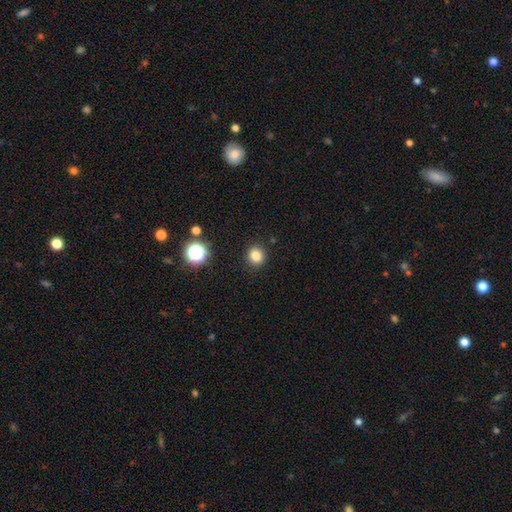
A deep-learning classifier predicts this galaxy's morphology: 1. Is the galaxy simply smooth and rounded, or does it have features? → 82% smooth, 13% star or artifact, 4% featured or disk.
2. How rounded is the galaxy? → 80% round, 19% in between, 1% cigar-shaped.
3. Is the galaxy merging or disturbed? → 90% none, 7% minor disturbance, 2% major disturbance, 1% merger.